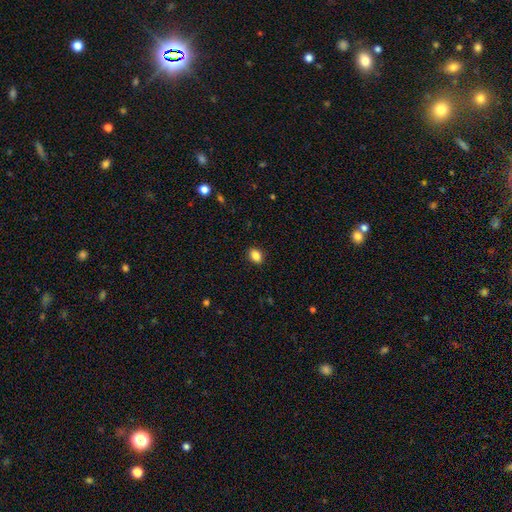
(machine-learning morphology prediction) This appears to be a smooth galaxy with no disk features (87%) that is in between round and cigar-shaped (70%). Merging: none (89%).